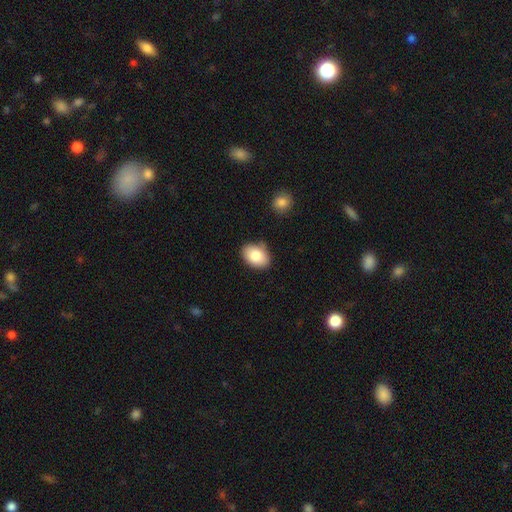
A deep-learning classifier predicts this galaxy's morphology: A smooth galaxy with no disk features (83%) that is in between round and cigar-shaped (79%).

Vote fractions:
- Smooth or featured? smooth: 83% / featured or disk: 9% / star or artifact: 7%
- How rounded? in between: 79% / round: 20% / cigar-shaped: 1%
- Merging? none: 75% / minor disturbance: 18% / merger: 4% / major disturbance: 3%